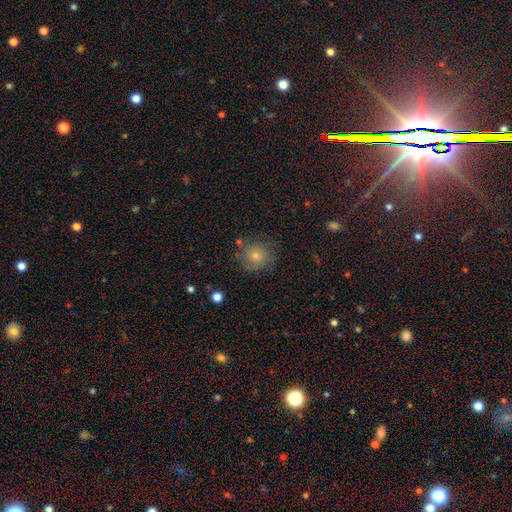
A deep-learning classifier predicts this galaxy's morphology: smooth-or-featured: smooth: 52% | featured or disk: 27% | star or artifact: 21%
  how-rounded: round: 90% | in between: 9% | cigar-shaped: 1%
  merging: none: 79% | minor disturbance: 14% | major disturbance: 5% | merger: 2%